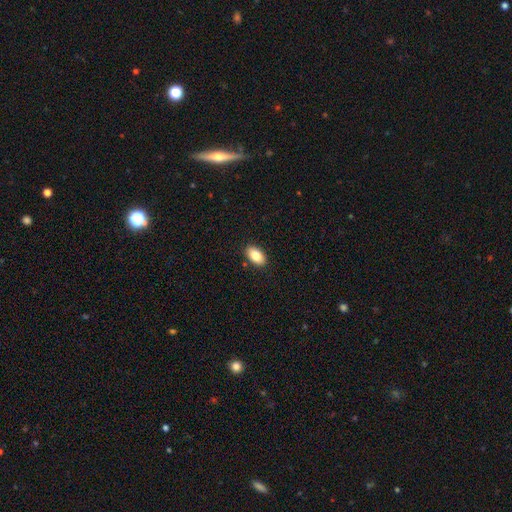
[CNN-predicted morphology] This appears to be a smooth galaxy with no disk features (83%) that is in between round and cigar-shaped (93%). Merging: none (89%).